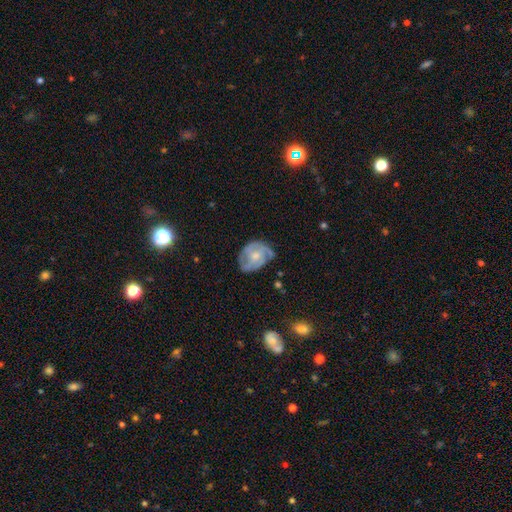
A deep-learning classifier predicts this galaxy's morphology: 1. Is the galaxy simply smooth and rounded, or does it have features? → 70% featured or disk, 24% smooth, 6% star or artifact.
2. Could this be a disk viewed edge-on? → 97% no, 3% yes.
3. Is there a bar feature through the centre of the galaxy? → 74% no, 23% weak, 3% strong.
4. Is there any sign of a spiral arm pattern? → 83% yes, 17% no.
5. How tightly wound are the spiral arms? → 47% tight, 39% medium, 13% loose.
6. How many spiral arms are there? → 33% 3, 30% can't tell, 19% 2, 9% 4, 5% 1, 4% more than 4.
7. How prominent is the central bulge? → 55% moderate, 33% small, 6% none, 5% large, 1% dominant.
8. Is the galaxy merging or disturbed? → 59% none, 28% minor disturbance, 11% major disturbance, 2% merger.